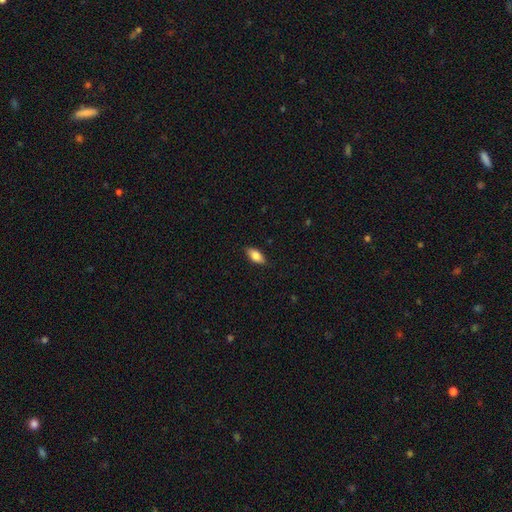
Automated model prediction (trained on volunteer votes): This is likely a smooth galaxy (79%). How rounded: clearly in between (87%). Merging: clearly none (85%).